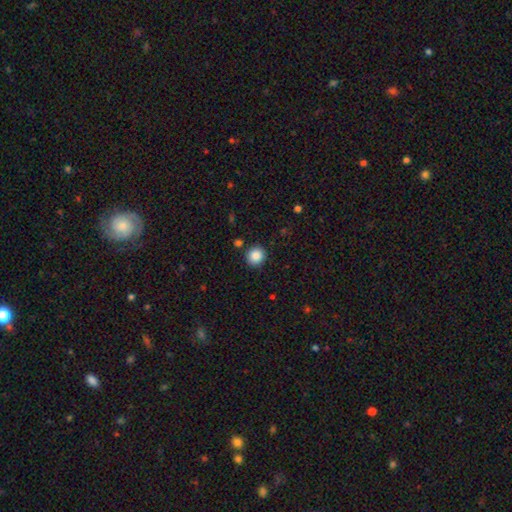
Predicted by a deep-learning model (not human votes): The model was most divided on "smooth or featured": smooth: 87%, star or artifact: 9%, featured or disk: 4%. More confident: how rounded — round (91%); merging — none (88%).